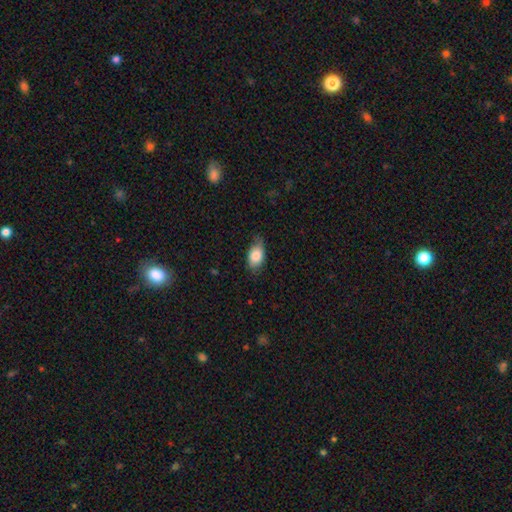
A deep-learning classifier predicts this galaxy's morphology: Q: Smooth or featured?
A: smooth (82%); runner-up: featured or disk (11%)
Q: How rounded?
A: in between (90%); runner-up: round (7%)
Q: Merging?
A: none (63%); runner-up: minor disturbance (29%)